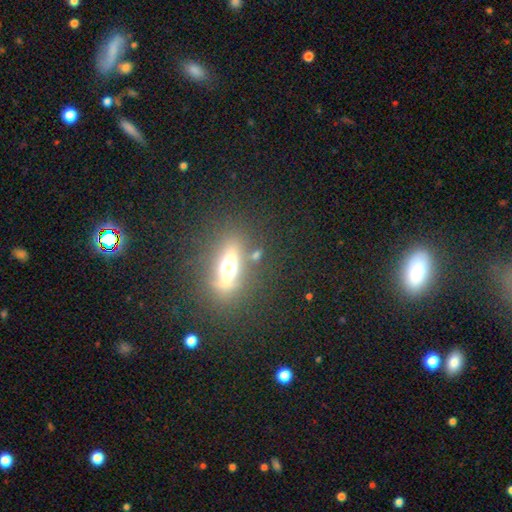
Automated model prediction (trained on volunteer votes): A featured or disk galaxy (46%).

Vote fractions:
- Smooth or featured? featured or disk: 46% / smooth: 39% / star or artifact: 15%
- Merging? none: 75% / minor disturbance: 13% / major disturbance: 7% / merger: 6%